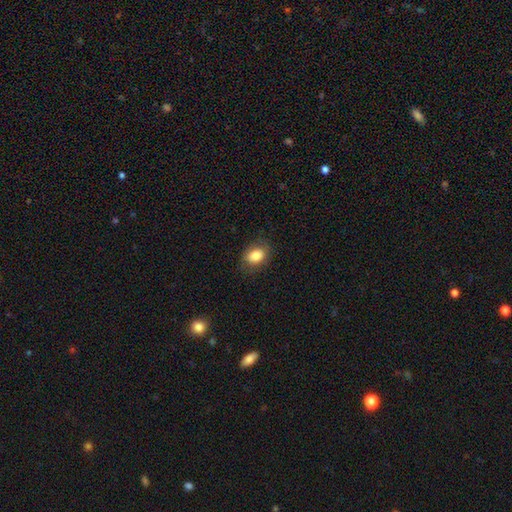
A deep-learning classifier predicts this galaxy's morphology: type=smooth (83%); roundness=in between (68%); merging=none (81%).